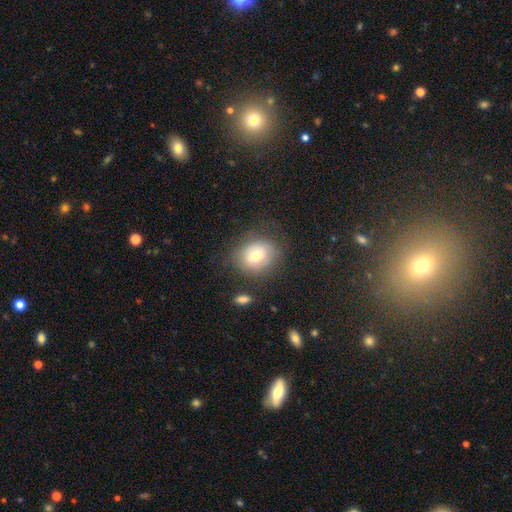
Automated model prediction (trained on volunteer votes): Overall: smooth (73%). How rounded: round (52%; in between 47%). Merging: none (72%).